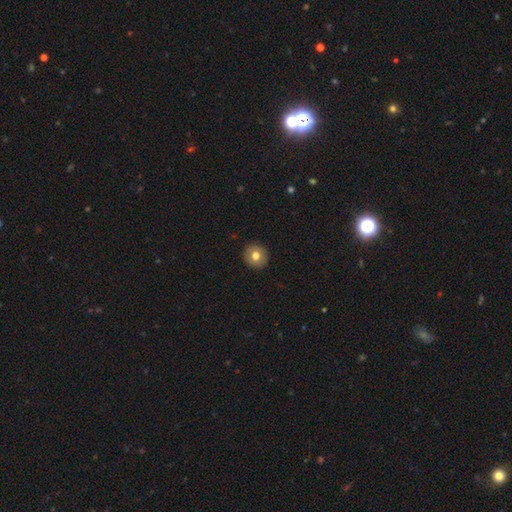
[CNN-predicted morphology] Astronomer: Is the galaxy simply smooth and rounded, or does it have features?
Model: smooth — 74%.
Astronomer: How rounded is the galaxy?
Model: round — 91%.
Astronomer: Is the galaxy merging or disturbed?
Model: none — 92%.